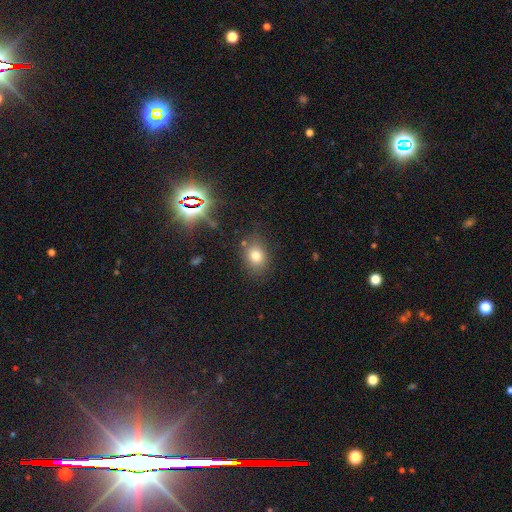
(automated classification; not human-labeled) Smooth or featured? smooth (76%)
How rounded? in between (52%)
Merging? none (77%)